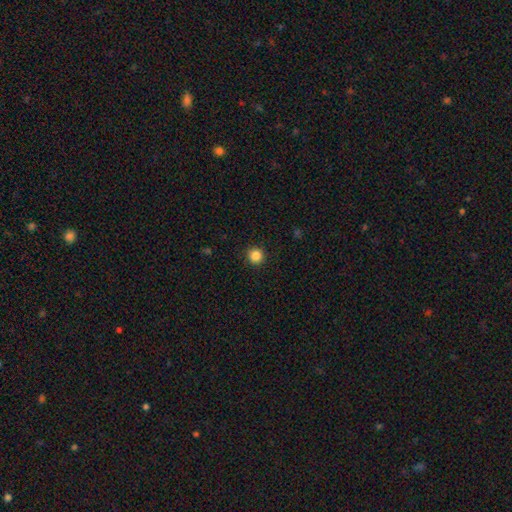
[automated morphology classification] smooth 85%, star or artifact 11%, featured or disk 4%. Down the decision tree: how rounded — round (95%); merging — none (92%).